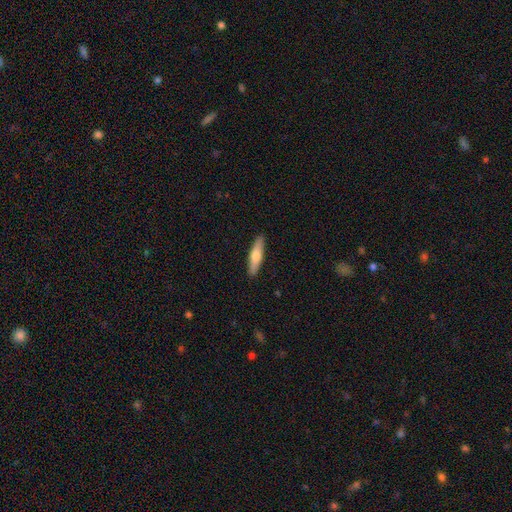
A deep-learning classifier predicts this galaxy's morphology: type=smooth (63%); roundness=cigar-shaped (76%); merging=none (91%).